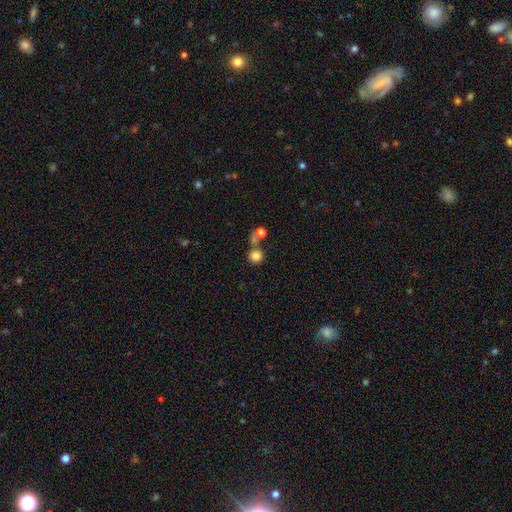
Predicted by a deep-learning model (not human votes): This appears to be a smooth galaxy with no disk features (81%) that is round (91%). Merging: none (55%).